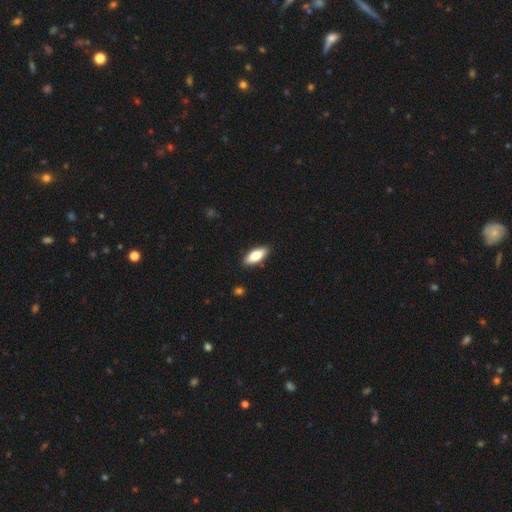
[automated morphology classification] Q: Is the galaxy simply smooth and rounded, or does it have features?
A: smooth — 76%.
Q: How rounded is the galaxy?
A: in between — 76%.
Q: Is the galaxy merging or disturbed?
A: none — 89%.